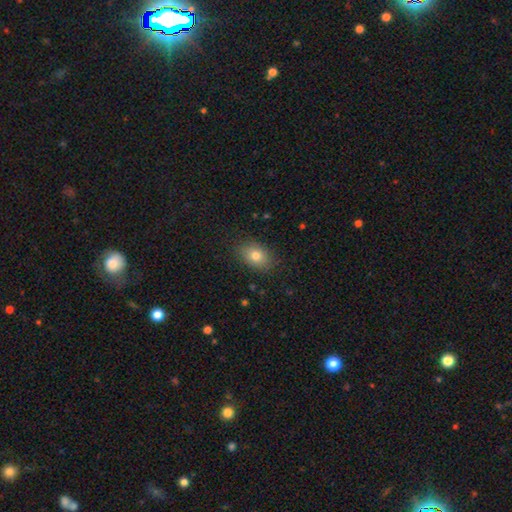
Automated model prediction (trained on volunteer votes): smooth_or_featured: smooth (p=0.80) [alt: featured or disk p=0.10]
how_rounded: in between (p=0.77) [alt: round p=0.21]
merging: none (p=0.86) [alt: minor disturbance p=0.10]